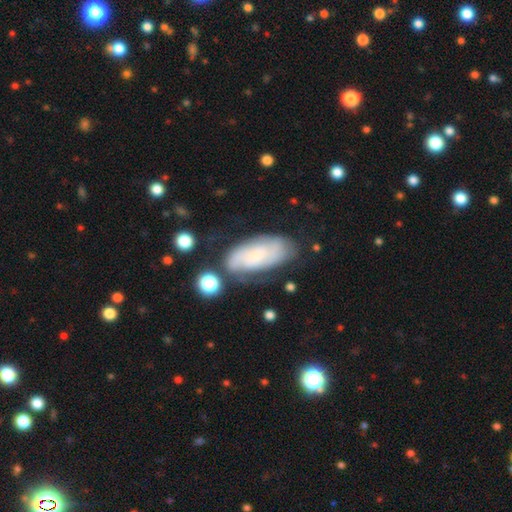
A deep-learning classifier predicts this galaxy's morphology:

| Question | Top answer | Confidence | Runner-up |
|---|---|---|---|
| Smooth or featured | featured or disk | 48% | smooth (44%) |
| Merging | none | 63% | minor disturbance (22%) |